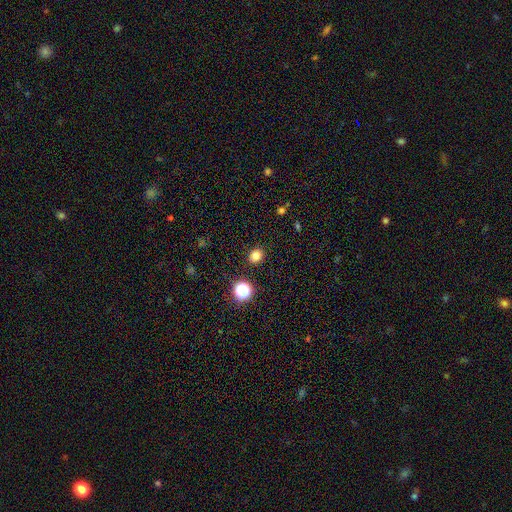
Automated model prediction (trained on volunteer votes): smooth-or-featured: smooth: 80% | star or artifact: 15% | featured or disk: 5%
  how-rounded: round: 60% | in between: 39% | cigar-shaped: 1%
  merging: none: 89% | minor disturbance: 7% | major disturbance: 2% | merger: 2%